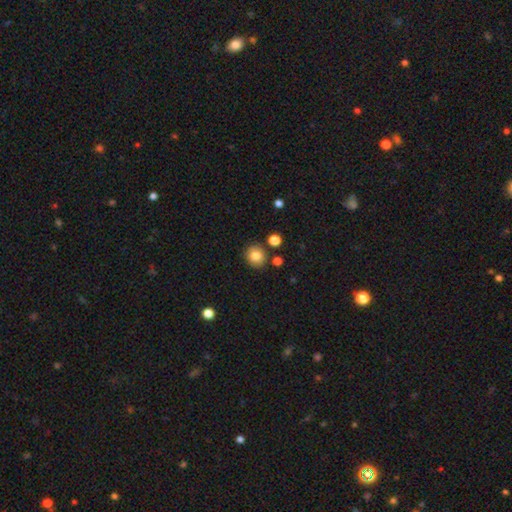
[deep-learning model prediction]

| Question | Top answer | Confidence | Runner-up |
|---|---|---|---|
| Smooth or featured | smooth | 82% | star or artifact (10%) |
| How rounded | round | 80% | in between (19%) |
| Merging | none | 85% | minor disturbance (8%) |